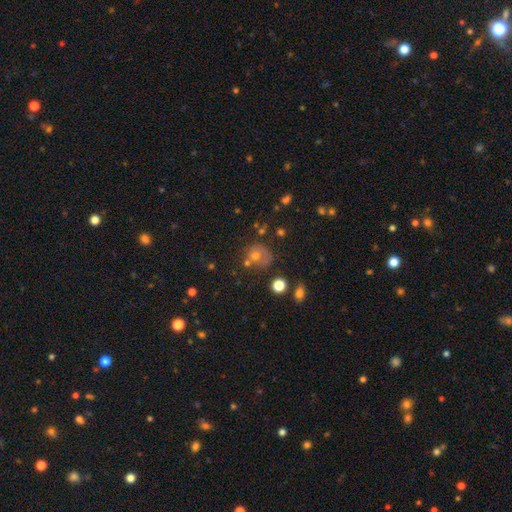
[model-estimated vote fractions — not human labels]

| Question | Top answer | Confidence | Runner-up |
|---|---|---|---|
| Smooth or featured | smooth | 57% | featured or disk (22%) |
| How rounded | round | 73% | in between (26%) |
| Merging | none | 50% | minor disturbance (22%) |